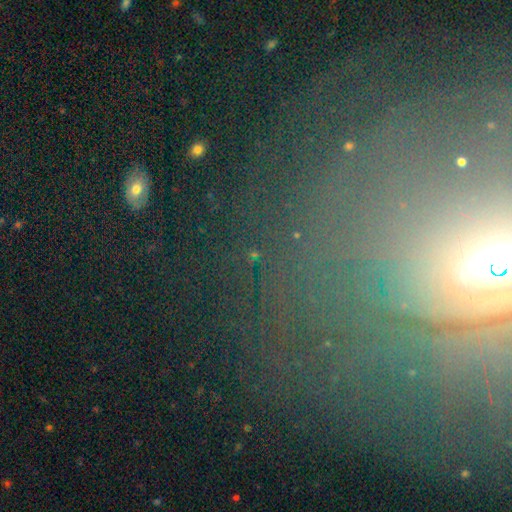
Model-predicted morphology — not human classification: smooth_or_featured: star or artifact (p=0.75) [alt: smooth p=0.14]